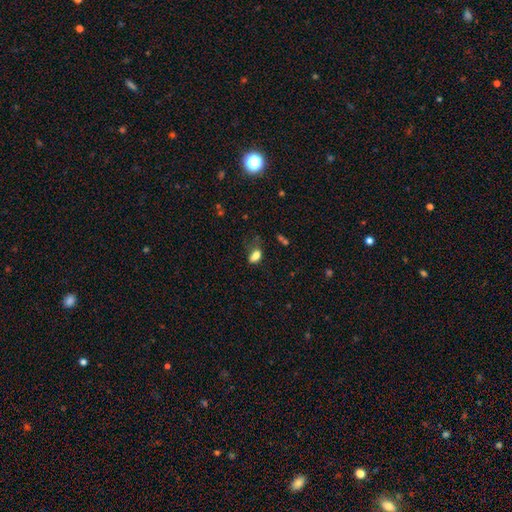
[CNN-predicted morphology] The model was most divided on "merging": none: 49%, minor disturbance: 30%, major disturbance: 16%, merger: 4%. More confident: how rounded — in between (87%); smooth or featured — smooth (82%).